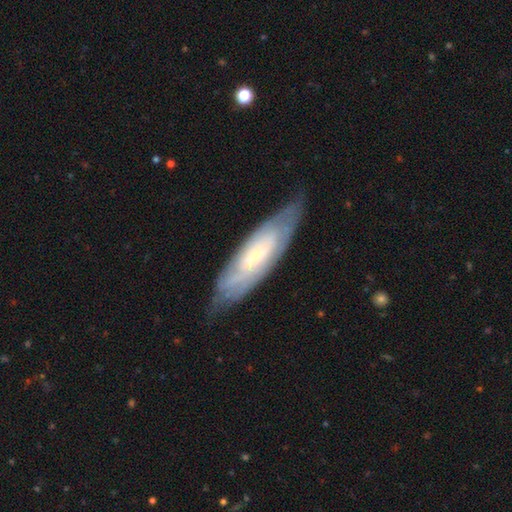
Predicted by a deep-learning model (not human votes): Smooth or featured: featured or disk — 64% (smooth — 30%)
Edge-on disk: no — 72% (yes — 28%)
Merging: none — 70% (minor disturbance — 22%)